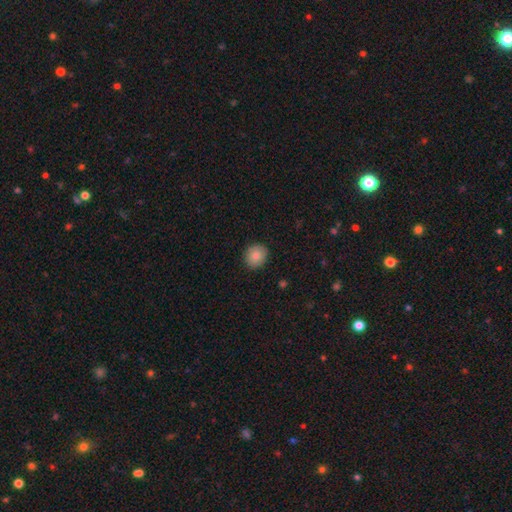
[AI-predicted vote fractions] smooth_or_featured: smooth (p=0.84) [alt: star or artifact p=0.09]
how_rounded: round (p=0.73) [alt: in between p=0.26]
merging: none (p=0.88) [alt: minor disturbance p=0.08]